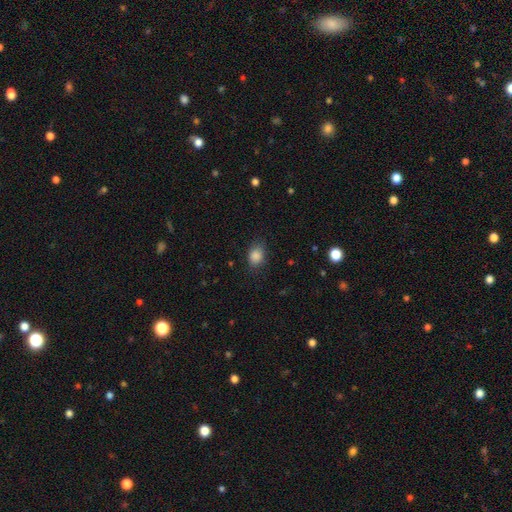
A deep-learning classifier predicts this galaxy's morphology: This is clearly a smooth galaxy (86%). How rounded: likely in between (69%). Merging: likely none (78%).